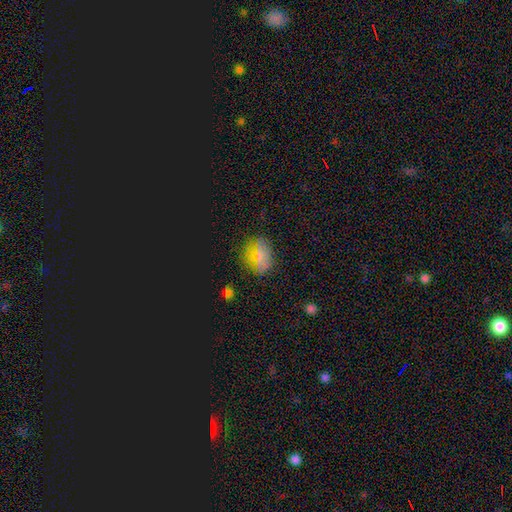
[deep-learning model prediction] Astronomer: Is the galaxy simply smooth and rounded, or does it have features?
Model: smooth — 51% (runner-up: star or artifact, 37%).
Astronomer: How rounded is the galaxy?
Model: round — 59% (runner-up: in between, 37%).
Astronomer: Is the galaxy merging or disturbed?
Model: none — 85%.